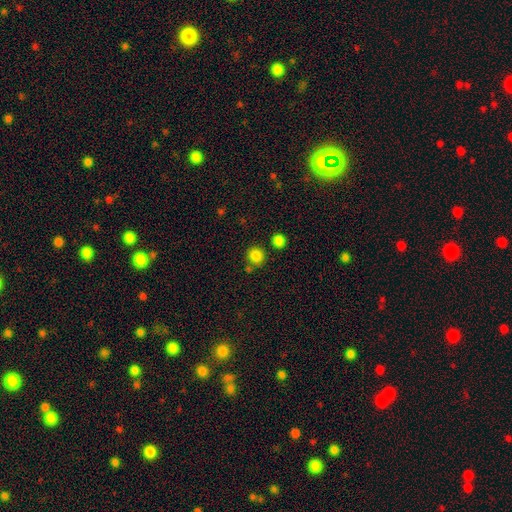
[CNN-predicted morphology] The model was most divided on "merging": none: 79%, merger: 9%, minor disturbance: 9%, major disturbance: 3%. More confident: how rounded — round (88%); smooth or featured — smooth (85%).